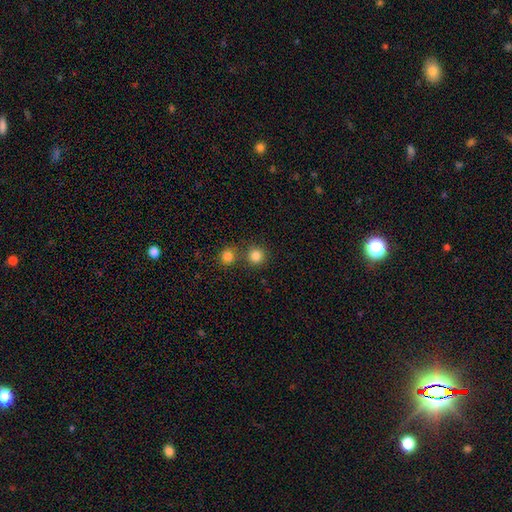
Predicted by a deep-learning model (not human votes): smooth_or_featured: smooth (p=0.83) [alt: star or artifact p=0.12]
how_rounded: round (p=0.92) [alt: in between p=0.07]
merging: none (p=0.69) [alt: merger p=0.21]